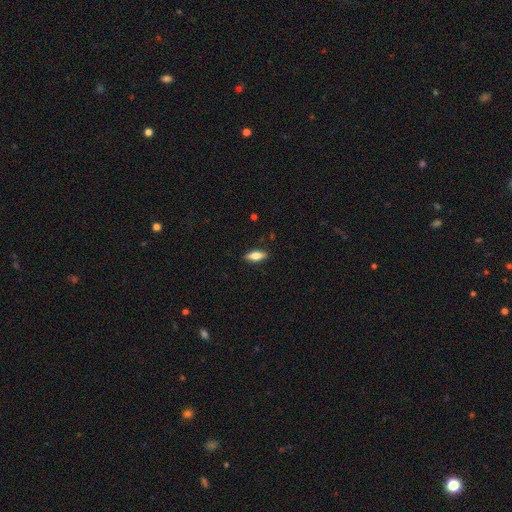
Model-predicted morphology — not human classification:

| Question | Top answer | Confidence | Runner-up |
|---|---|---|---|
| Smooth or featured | smooth | 70% | featured or disk (23%) |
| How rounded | in between | 71% | cigar-shaped (26%) |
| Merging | none | 88% | minor disturbance (9%) |